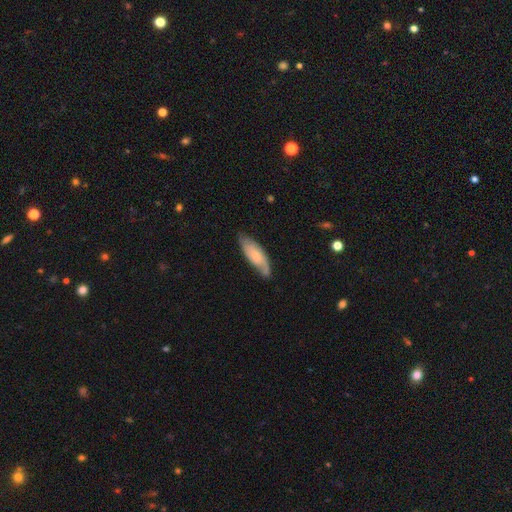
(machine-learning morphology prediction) Q: Smooth or featured?
A: featured or disk (48%); runner-up: smooth (46%)
Q: Merging?
A: none (68%); runner-up: minor disturbance (24%)